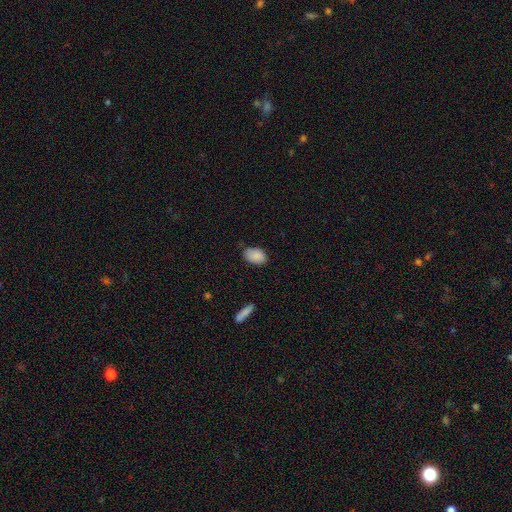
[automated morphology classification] Smooth or featured? Predicted: smooth (p=0.88). How rounded? Predicted: in between (p=0.90). Merging? Predicted: none (p=0.73).